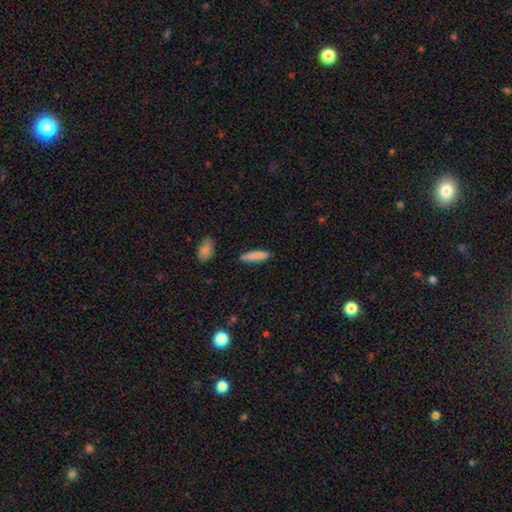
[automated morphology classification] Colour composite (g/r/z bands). It shows a smooth galaxy with no disk features (84%) that is cigar-shaped (82%). Merging: none (85%).